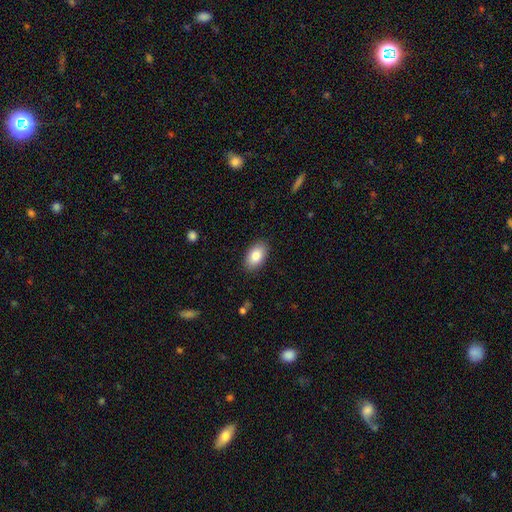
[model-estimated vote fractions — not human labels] smooth 85%, featured or disk 9%, star or artifact 7%. Down the decision tree: how rounded — in between (93%); merging — none (88%).